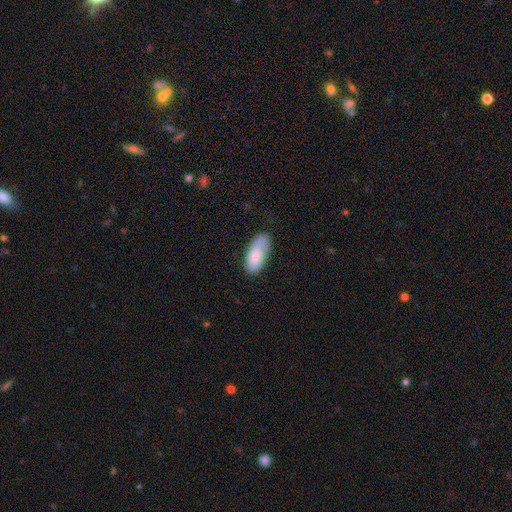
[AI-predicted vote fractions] A smooth galaxy with no disk features (82%) that is in between round and cigar-shaped (89%). Merging: none (69%).